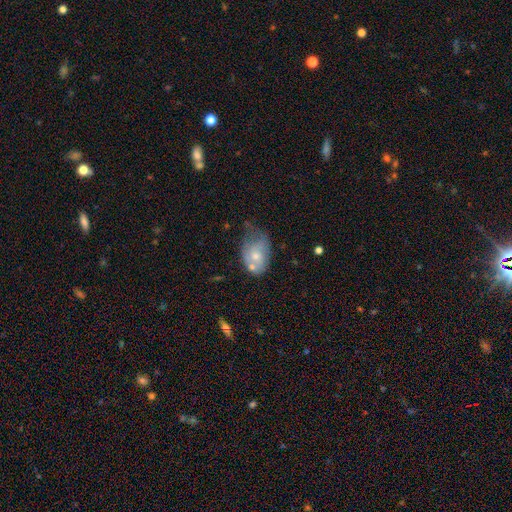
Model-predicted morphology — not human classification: Smooth or featured? smooth (57%)
How rounded? in between (80%)
Merging? minor disturbance (35%)